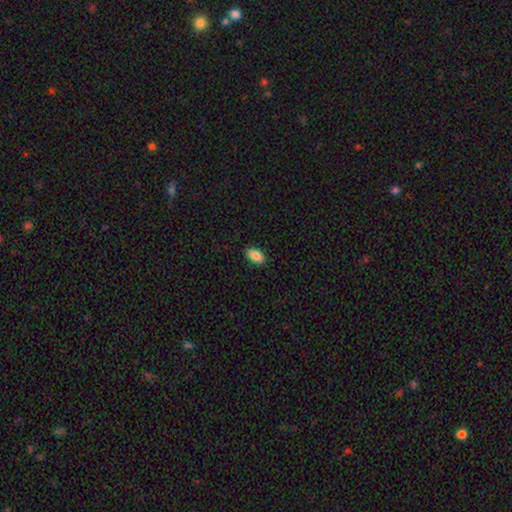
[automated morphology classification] smooth-or-featured: smooth: 88% | star or artifact: 7% | featured or disk: 5%
  how-rounded: in between: 91% | cigar-shaped: 6% | round: 3%
  merging: none: 88% | minor disturbance: 9% | major disturbance: 2% | merger: 1%